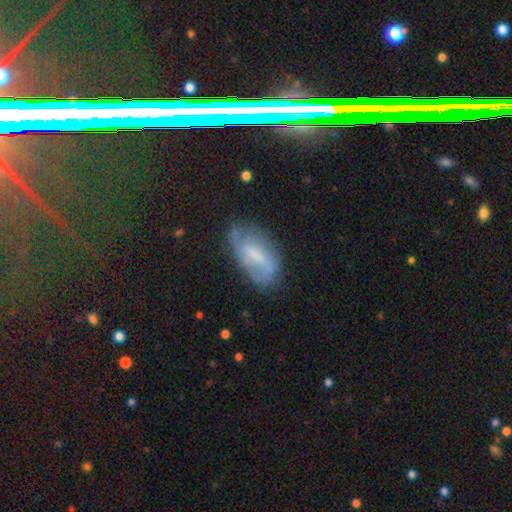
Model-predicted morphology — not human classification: Smooth or featured?
  - smooth: 47% *
  - featured or disk: 42%
  - star or artifact: 11%
Merging?
  - none: 58% *
  - minor disturbance: 28%
  - major disturbance: 11%
  - merger: 3%